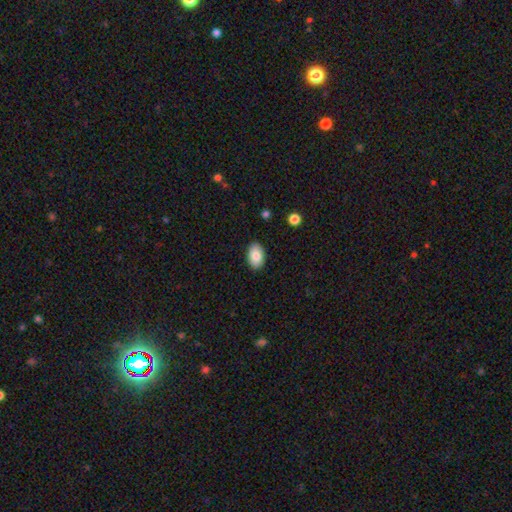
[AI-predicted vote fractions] Smooth or featured: smooth — 84% (featured or disk — 10%)
How rounded: in between — 91% (round — 8%)
Merging: none — 88% (minor disturbance — 9%)